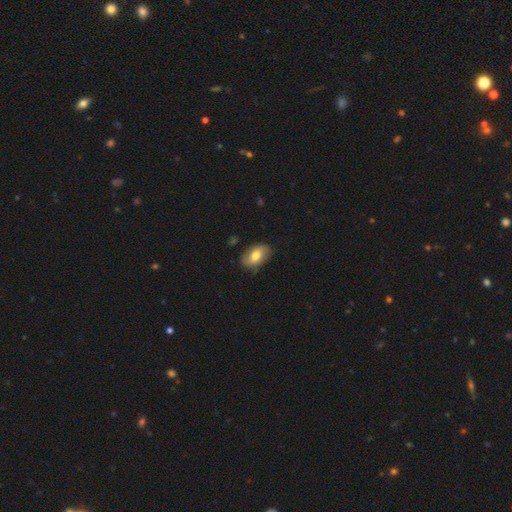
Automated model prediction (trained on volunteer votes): smooth_or_featured: smooth (p=0.58) [alt: featured or disk p=0.35]
how_rounded: in between (p=0.89) [alt: round p=0.09]
merging: none (p=0.76) [alt: minor disturbance p=0.18]